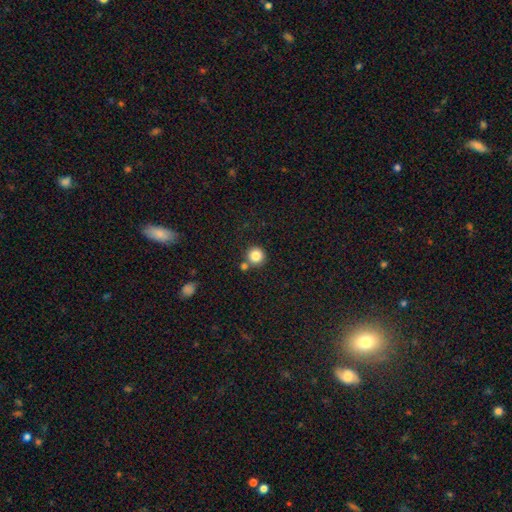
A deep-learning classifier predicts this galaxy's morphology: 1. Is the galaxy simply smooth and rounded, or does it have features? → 85% smooth, 11% star or artifact, 5% featured or disk.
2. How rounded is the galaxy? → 94% round, 5% in between, 1% cigar-shaped.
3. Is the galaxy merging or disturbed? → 76% none, 14% merger, 7% minor disturbance, 2% major disturbance.